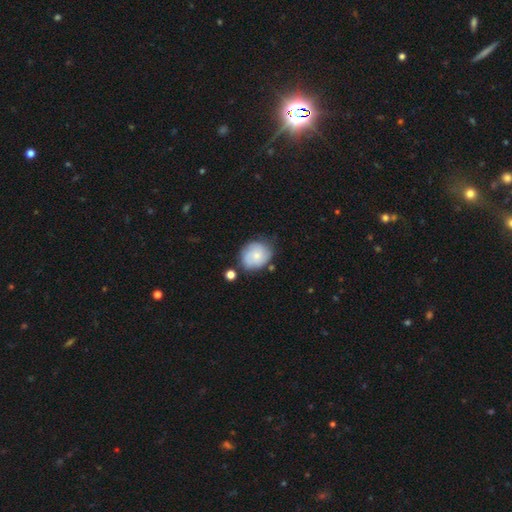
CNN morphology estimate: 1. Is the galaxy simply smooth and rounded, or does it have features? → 60% smooth, 32% featured or disk, 8% star or artifact.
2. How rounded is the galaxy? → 63% round, 36% in between, 1% cigar-shaped.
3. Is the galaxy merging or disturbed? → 65% none, 23% minor disturbance, 6% merger, 6% major disturbance.